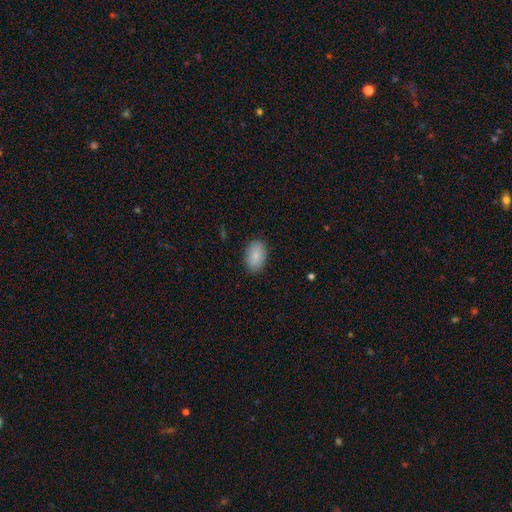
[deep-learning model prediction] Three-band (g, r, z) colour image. It shows a smooth galaxy with no disk features (88%) that is in between round and cigar-shaped (90%). Merging: none (88%).